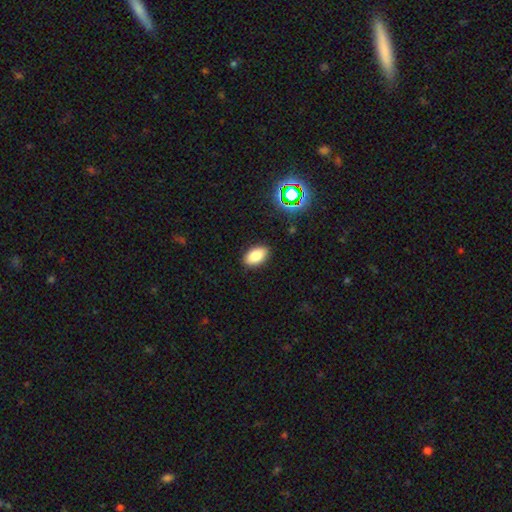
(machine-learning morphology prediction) Smooth or featured? Predicted: smooth (p=0.83). How rounded? Predicted: in between (p=0.92). Merging? Predicted: none (p=0.88).